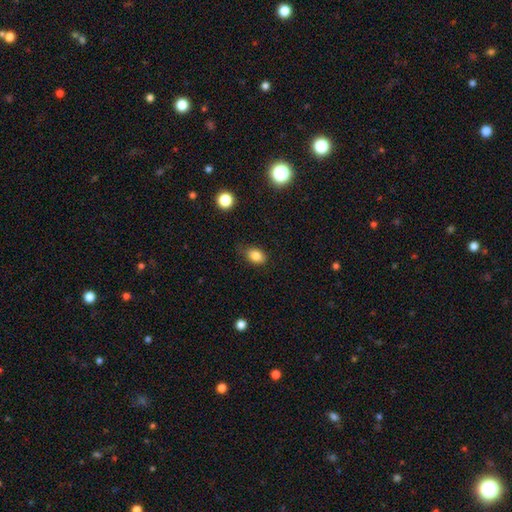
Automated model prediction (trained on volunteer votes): A smooth galaxy with no disk features (84%) that is in between round and cigar-shaped (82%). Merging: none (76%).